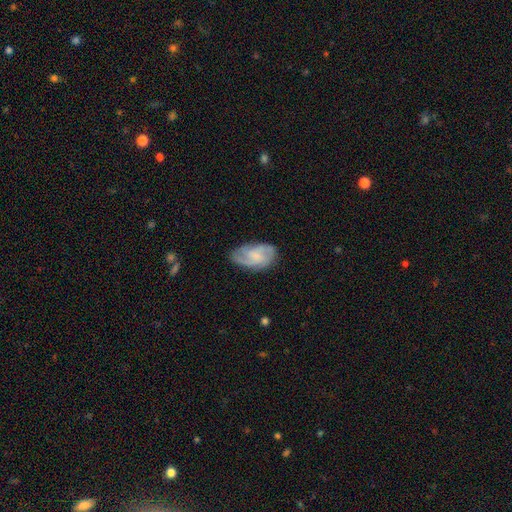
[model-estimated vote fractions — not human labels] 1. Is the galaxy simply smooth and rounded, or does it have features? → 63% featured or disk, 30% smooth, 7% star or artifact.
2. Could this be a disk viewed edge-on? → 97% no, 3% yes.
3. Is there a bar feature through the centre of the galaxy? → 53% no, 39% weak, 8% strong.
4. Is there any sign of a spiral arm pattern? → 90% yes, 10% no.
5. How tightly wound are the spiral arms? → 47% medium, 31% tight, 22% loose.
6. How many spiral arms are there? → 35% 2, 30% 3, 22% can't tell, 5% 4, 5% 1, 3% more than 4.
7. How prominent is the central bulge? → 40% none, 33% small, 21% moderate, 5% large, 1% dominant.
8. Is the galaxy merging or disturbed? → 70% none, 21% minor disturbance, 7% major disturbance, 1% merger.